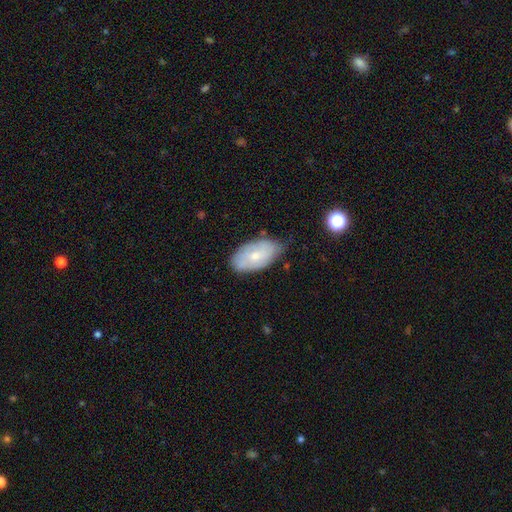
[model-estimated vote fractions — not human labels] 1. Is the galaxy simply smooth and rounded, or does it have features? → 55% smooth, 38% featured or disk, 7% star or artifact.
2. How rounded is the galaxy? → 93% in between, 4% round, 2% cigar-shaped.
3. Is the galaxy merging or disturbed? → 61% none, 31% minor disturbance, 5% major disturbance, 2% merger.